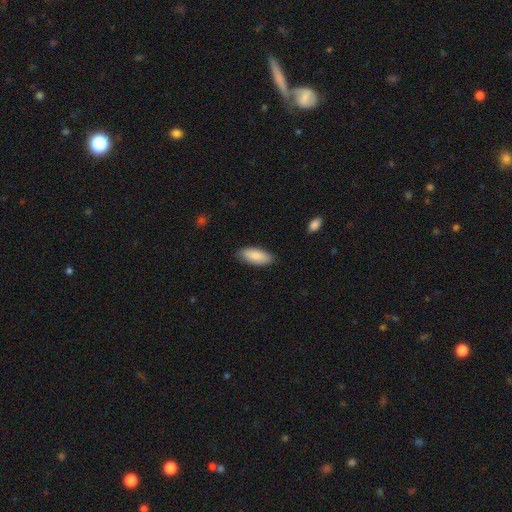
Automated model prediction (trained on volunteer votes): smooth-or-featured: smooth: 88% | featured or disk: 7% | star or artifact: 5%
  how-rounded: in between: 83% | cigar-shaped: 16% | round: 2%
  merging: none: 86% | minor disturbance: 11% | major disturbance: 2% | merger: 1%